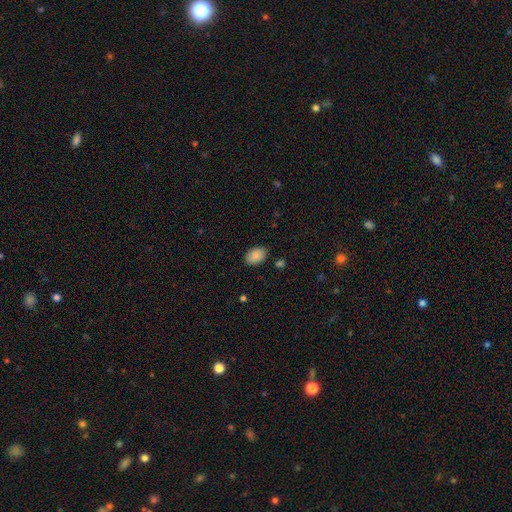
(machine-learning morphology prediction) smooth_or_featured: smooth (p=0.86) [alt: star or artifact p=0.07]
how_rounded: in between (p=0.86) [alt: round p=0.13]
merging: none (p=0.84) [alt: minor disturbance p=0.12]